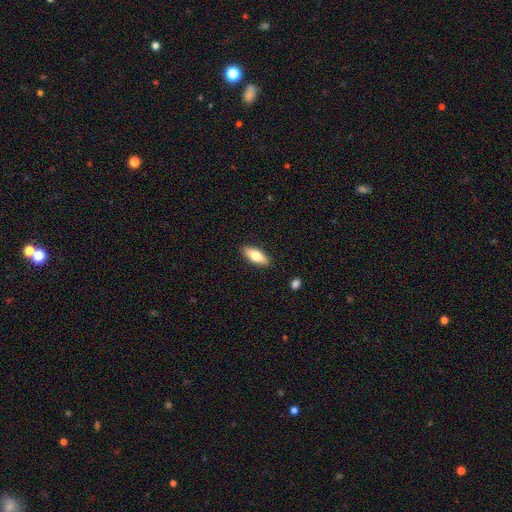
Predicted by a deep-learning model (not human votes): Morphology: type=smooth (73%); roundness=in between (74%); merging=none (89%).